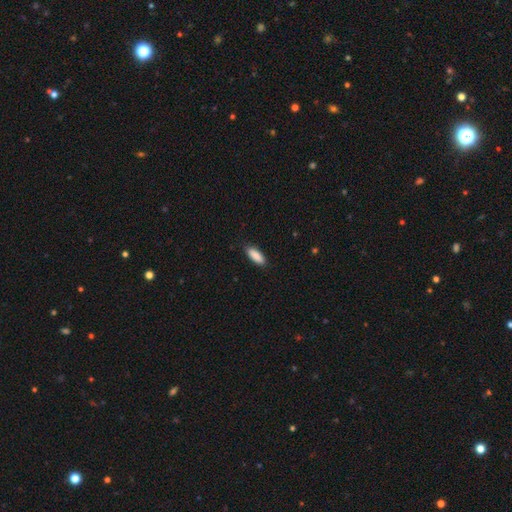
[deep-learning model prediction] This appears to be a smooth galaxy with no disk features (90%) that is in between round and cigar-shaped (64%). Merging: none (87%).